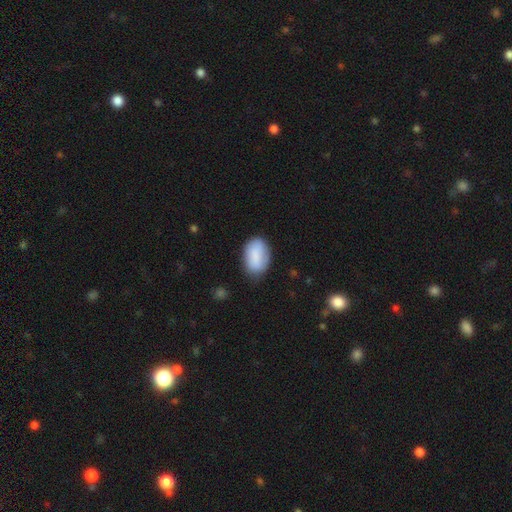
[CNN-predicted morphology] type=smooth (83%); roundness=in between (89%); merging=none (69%).